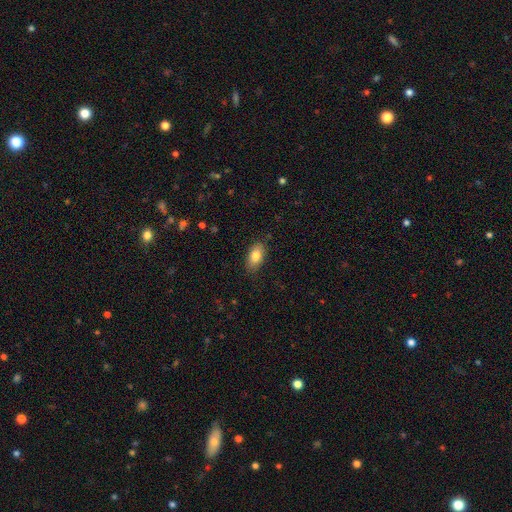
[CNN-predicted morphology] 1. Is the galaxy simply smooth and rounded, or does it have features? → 81% smooth, 12% featured or disk, 7% star or artifact.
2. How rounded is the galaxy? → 90% in between, 6% round, 4% cigar-shaped.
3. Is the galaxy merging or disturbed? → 84% none, 13% minor disturbance, 3% major disturbance, 1% merger.